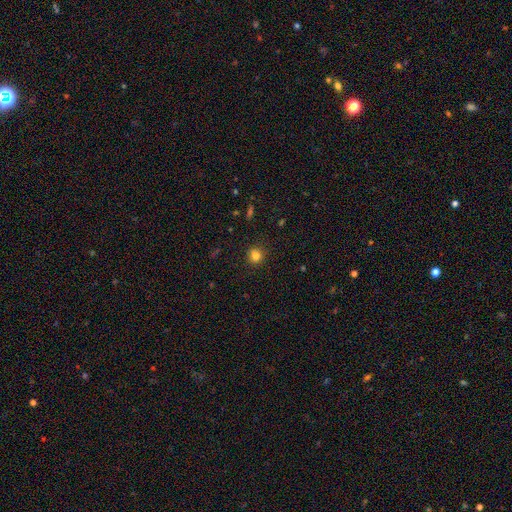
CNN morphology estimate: smooth_or_featured: smooth (p=0.80) [alt: star or artifact p=0.14]
how_rounded: round (p=0.87) [alt: in between p=0.12]
merging: none (p=0.85) [alt: minor disturbance p=0.11]